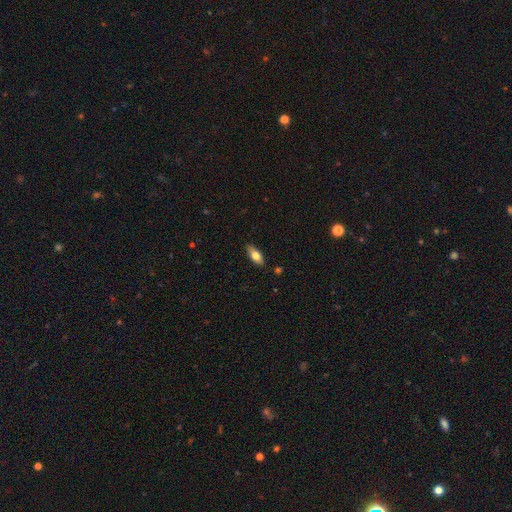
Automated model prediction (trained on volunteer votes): The model was most divided on "smooth or featured": smooth: 71%, featured or disk: 23%, star or artifact: 6%. More confident: merging — none (86%); how rounded — in between (79%).